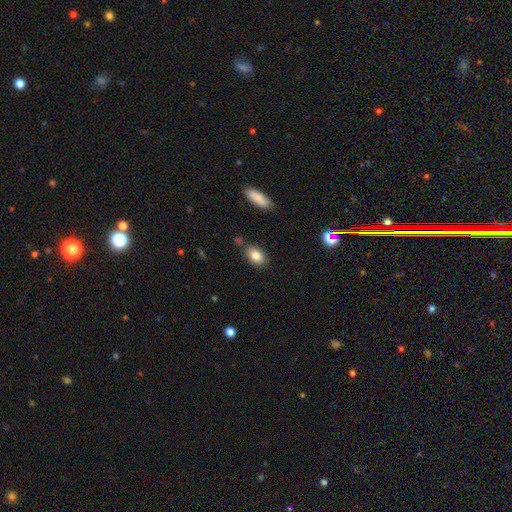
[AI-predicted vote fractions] Smooth or featured? Predicted: smooth (p=0.83). How rounded? Predicted: in between (p=0.86). Merging? Predicted: none (p=0.80).